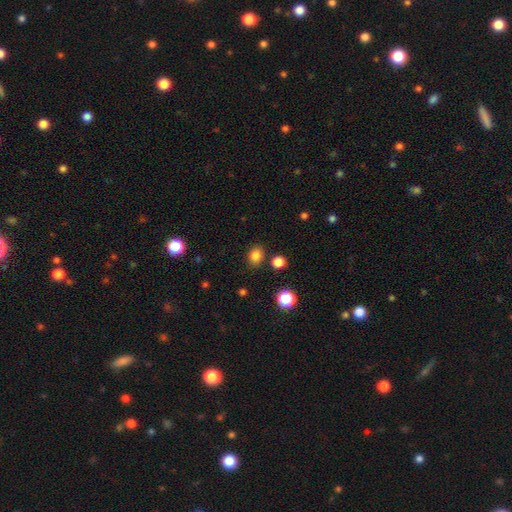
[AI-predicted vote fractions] The model was most divided on "how rounded": round: 50%, in between: 49%, cigar-shaped: 1%. More confident: merging — none (83%); smooth or featured — smooth (82%).